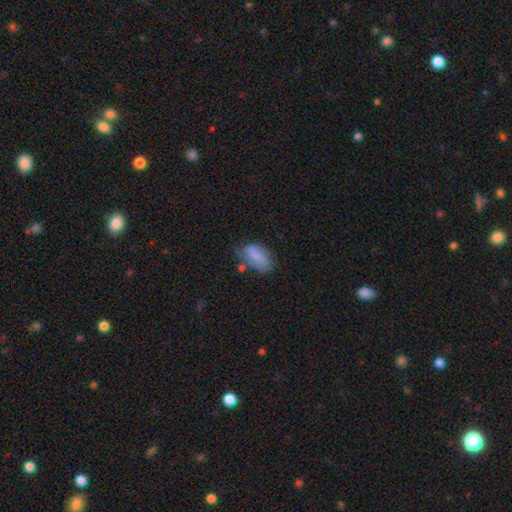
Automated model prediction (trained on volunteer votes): Smooth or featured: smooth — 67% (featured or disk — 24%)
How rounded: in between — 91% (round — 6%)
Merging: none — 44% (minor disturbance — 33%)